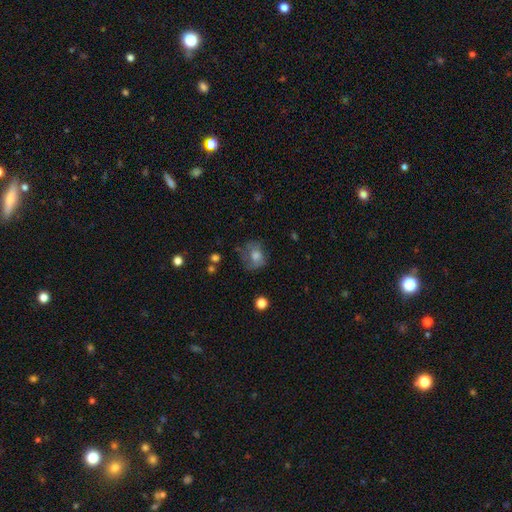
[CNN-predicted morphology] Q: Smooth or featured?
A: smooth (59%); runner-up: featured or disk (28%)
Q: How rounded?
A: round (59%); runner-up: in between (39%)
Q: Merging?
A: none (49%); runner-up: minor disturbance (26%)